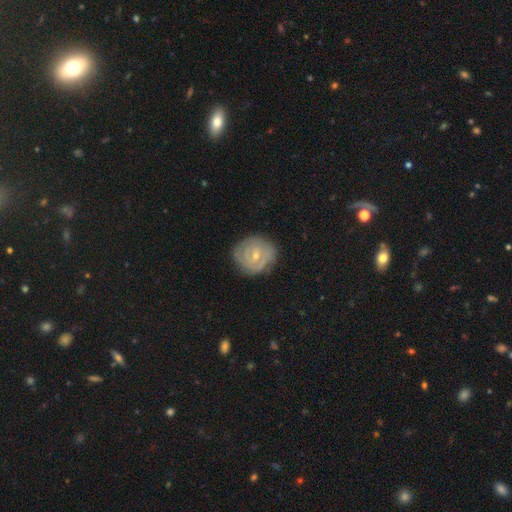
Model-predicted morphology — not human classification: A featured or disk galaxy (77%) with a weak bar (51%), 2 (37%) tight (74%) spiral arms (88%) and a small central bulge (59%).

Vote fractions:
- Smooth or featured? featured or disk: 77% / smooth: 17% / star or artifact: 6%
- Edge-on disk? no: 97% / yes: 3%
- Bar? weak: 51% / no: 35% / strong: 14%
- Spiral arms? yes: 88% / no: 12%
- Spiral winding? tight: 74% / medium: 21% / loose: 6%
- Spiral arm count? 2: 37% / can't tell: 34% / 3: 15% / 4: 6% / 1: 5% / more than 4: 4%
- Bulge size? small: 59% / moderate: 38% / none: 1% / large: 1% / dominant: 1%
- Merging? none: 79% / minor disturbance: 15% / major disturbance: 4% / merger: 1%